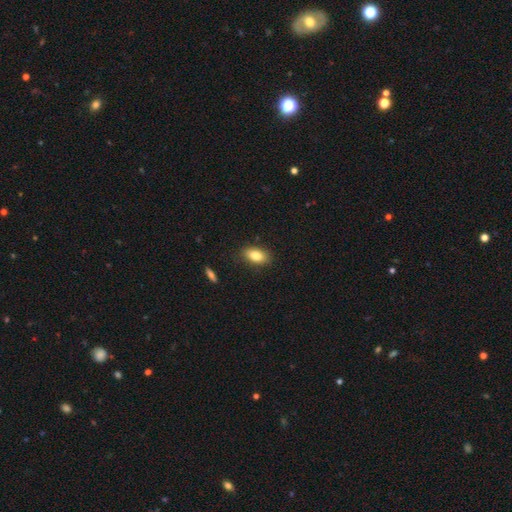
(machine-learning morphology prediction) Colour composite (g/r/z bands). It shows a smooth galaxy with no disk features (84%) that is in between round and cigar-shaped (89%). Merging: none (84%).